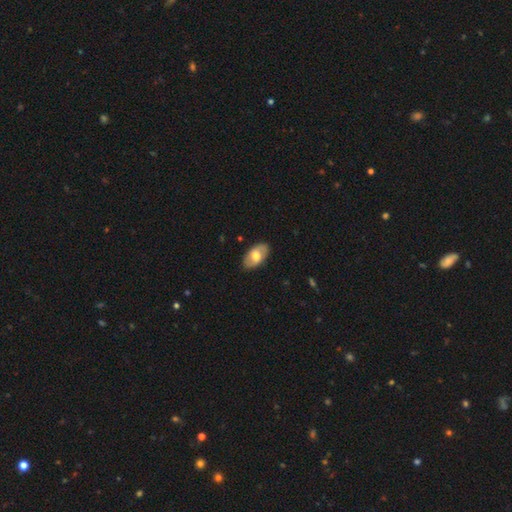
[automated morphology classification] The model was most divided on "smooth or featured": smooth: 61%, featured or disk: 33%, star or artifact: 6%. More confident: how rounded — in between (94%); merging — none (86%).